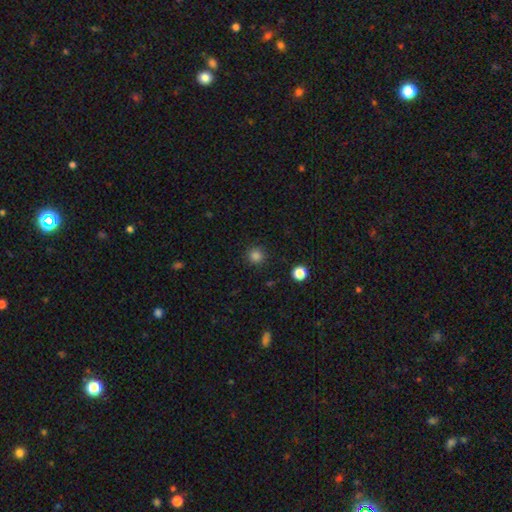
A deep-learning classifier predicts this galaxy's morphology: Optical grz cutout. It shows a smooth galaxy with no disk features (83%) that is round (94%). Merging: none (90%).